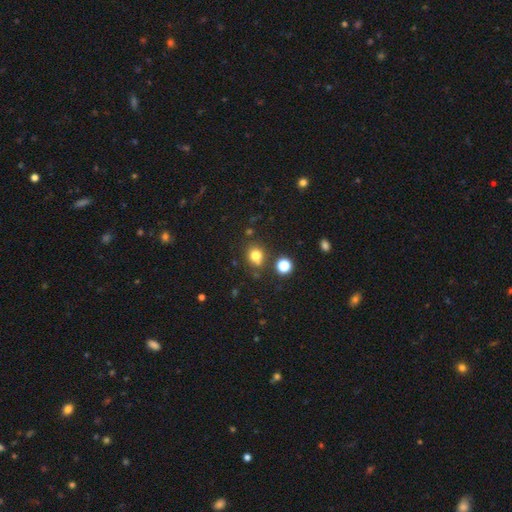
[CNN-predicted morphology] Smooth or featured?
  - smooth: 77% *
  - star or artifact: 15%
  - featured or disk: 7%
How rounded?
  - round: 71% *
  - in between: 28%
  - cigar-shaped: 1%
Merging?
  - none: 72% *
  - minor disturbance: 13%
  - merger: 10%
  - major disturbance: 4%